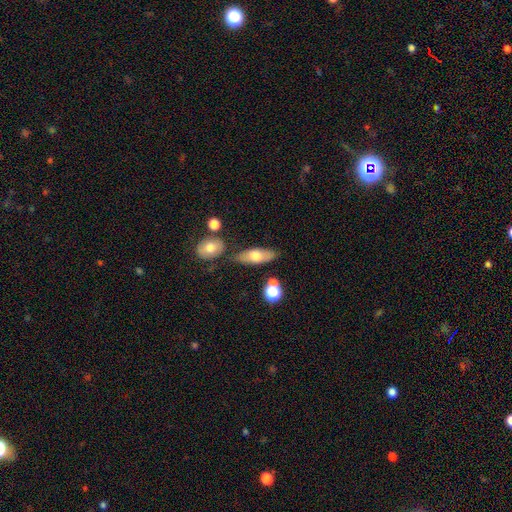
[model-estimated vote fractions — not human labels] The model was most divided on "smooth or featured": smooth: 62%, featured or disk: 30%, star or artifact: 8%. More confident: merging — none (71%); how rounded — in between (70%).